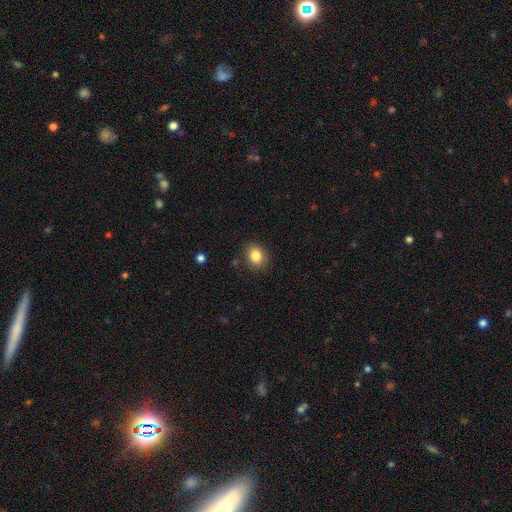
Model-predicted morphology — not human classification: Q: Smooth or featured?
A: smooth (84%); runner-up: star or artifact (9%)
Q: How rounded?
A: round (53%); runner-up: in between (46%)
Q: Merging?
A: none (85%); runner-up: minor disturbance (10%)